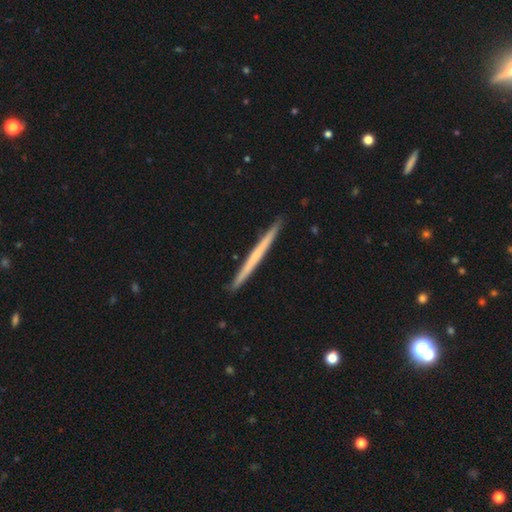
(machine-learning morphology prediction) A featured or disk galaxy (50%) viewed edge-on (98%).

Vote fractions:
- Smooth or featured? featured or disk: 50% / smooth: 44% / star or artifact: 5%
- Edge-on disk? yes: 98% / no: 2%
- Merging? none: 92% / minor disturbance: 6% / major disturbance: 1% / merger: 1%